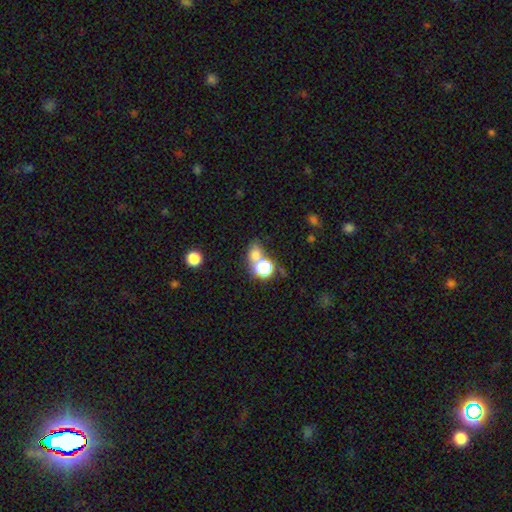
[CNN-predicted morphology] This appears to be a smooth galaxy with no disk features (66%) that is round (58%). Merging: none (48%).